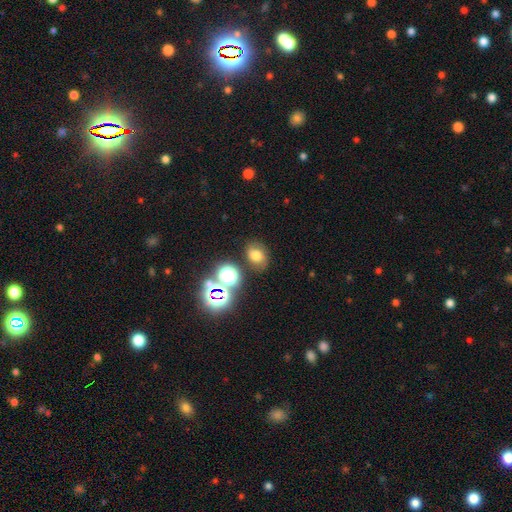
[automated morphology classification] type=smooth (63%); roundness=in between (61%); merging=none (76%).